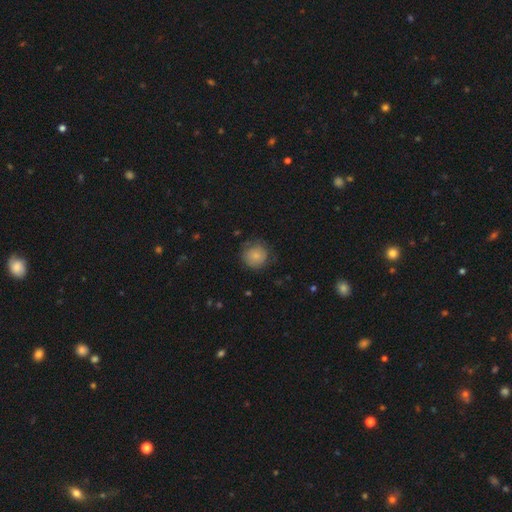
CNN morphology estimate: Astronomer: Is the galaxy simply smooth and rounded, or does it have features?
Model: smooth — 79%.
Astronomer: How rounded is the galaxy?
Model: round — 91%.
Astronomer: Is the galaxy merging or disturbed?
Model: none — 71%.